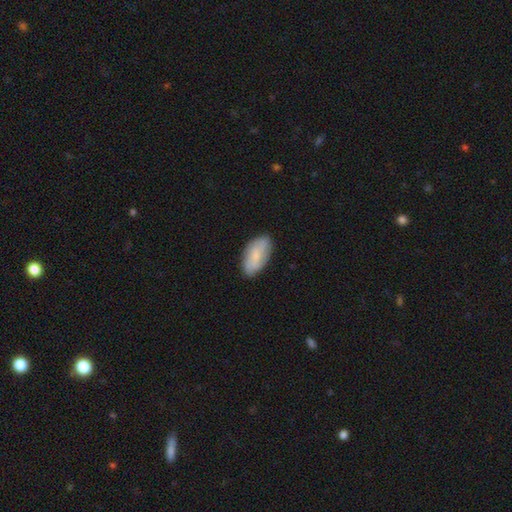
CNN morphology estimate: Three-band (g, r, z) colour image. It shows a smooth galaxy with no disk features (72%) that is in between round and cigar-shaped (93%). Merging: none (81%).